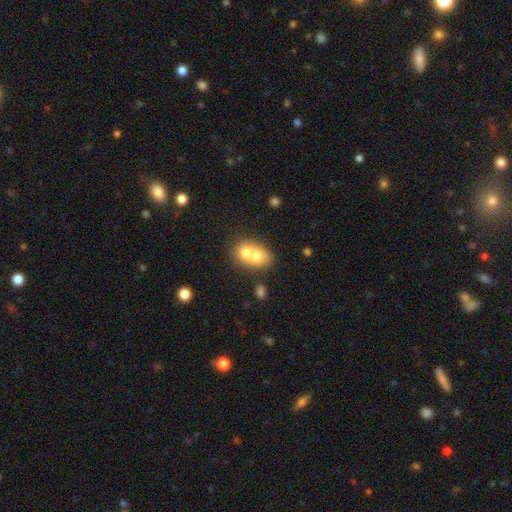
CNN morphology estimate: type=smooth (68%); roundness=in between (50%); merging=merger (72%).